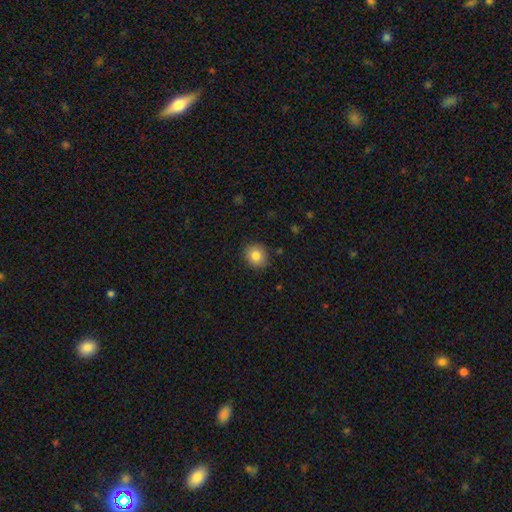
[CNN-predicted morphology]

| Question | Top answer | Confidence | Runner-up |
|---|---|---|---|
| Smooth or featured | smooth | 83% | star or artifact (10%) |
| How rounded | round | 83% | in between (16%) |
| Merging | none | 88% | minor disturbance (9%) |